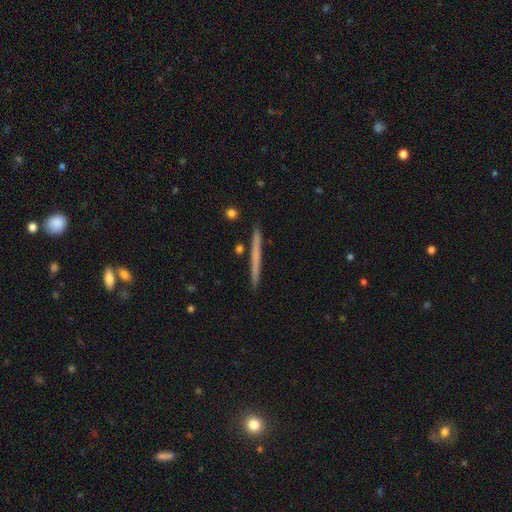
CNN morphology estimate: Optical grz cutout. It shows a smooth galaxy with no disk features (51%) that is cigar-shaped (97%). Merging: none (91%).